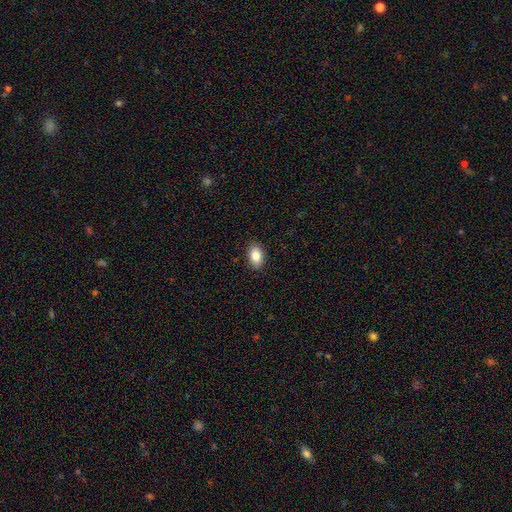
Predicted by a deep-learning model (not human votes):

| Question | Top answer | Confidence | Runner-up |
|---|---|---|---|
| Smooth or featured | smooth | 86% | star or artifact (8%) |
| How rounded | in between | 90% | round (8%) |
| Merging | none | 88% | minor disturbance (9%) |